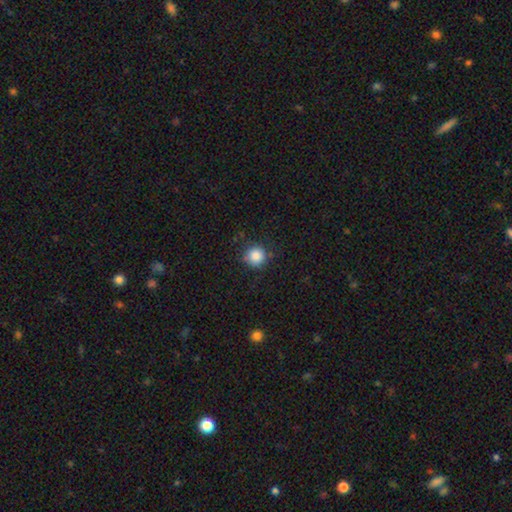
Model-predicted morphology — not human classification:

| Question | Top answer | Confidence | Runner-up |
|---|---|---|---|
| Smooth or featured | smooth | 85% | star or artifact (10%) |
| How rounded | round | 93% | in between (6%) |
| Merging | none | 81% | minor disturbance (14%) |